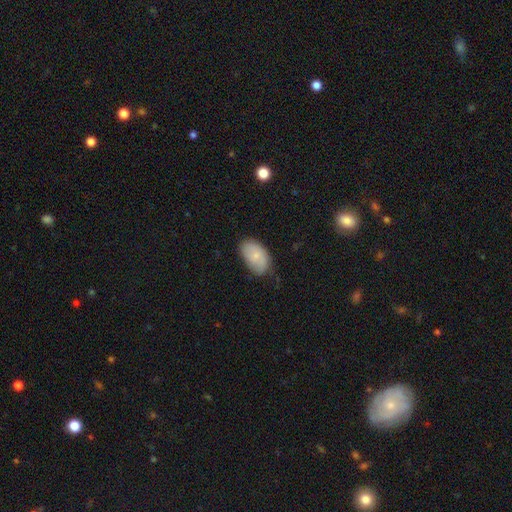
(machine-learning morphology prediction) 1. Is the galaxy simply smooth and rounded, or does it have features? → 75% smooth, 18% featured or disk, 7% star or artifact.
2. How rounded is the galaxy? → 93% in between, 6% round, 1% cigar-shaped.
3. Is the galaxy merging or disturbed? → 66% none, 27% minor disturbance, 5% major disturbance, 1% merger.